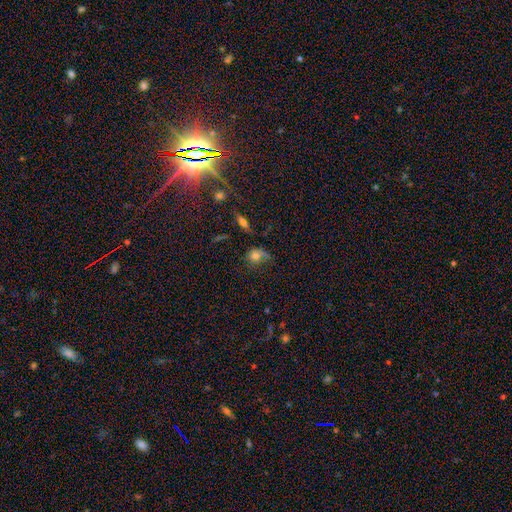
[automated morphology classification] A smooth galaxy with no disk features (68%) that is round (66%).

Vote fractions:
- Smooth or featured? smooth: 68% / featured or disk: 19% / star or artifact: 14%
- How rounded? round: 66% / in between: 32% / cigar-shaped: 2%
- Merging? none: 40% / major disturbance: 27% / minor disturbance: 26% / merger: 7%